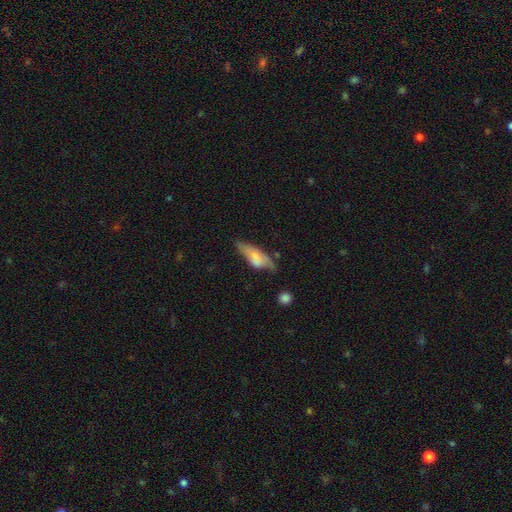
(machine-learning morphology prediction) smooth-or-featured: smooth: 54% | featured or disk: 39% | star or artifact: 7%
  how-rounded: in between: 64% | cigar-shaped: 33% | round: 3%
  merging: none: 47% | minor disturbance: 34% | major disturbance: 14% | merger: 5%